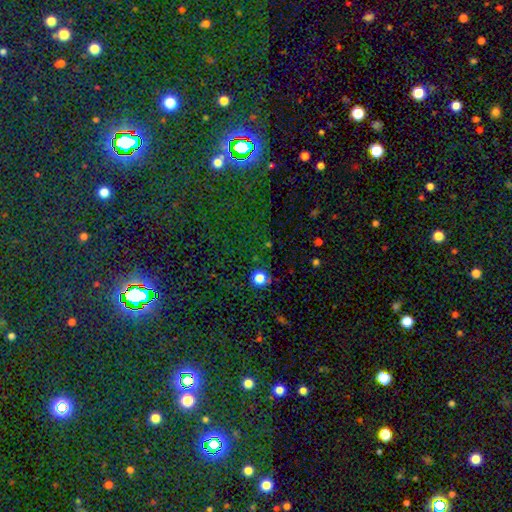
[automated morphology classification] Smooth or featured? Predicted: star or artifact (p=0.76).